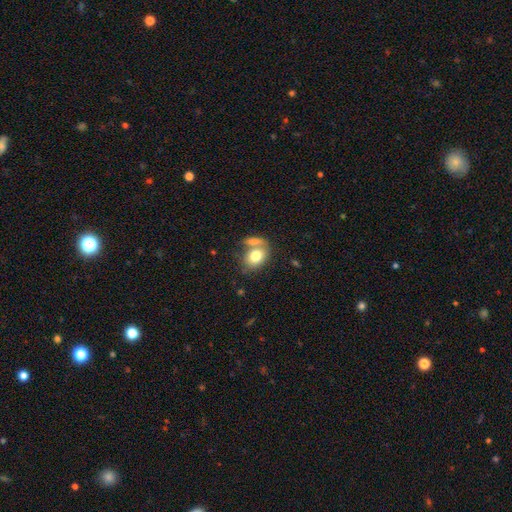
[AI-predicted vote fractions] Smooth or featured?
  - smooth: 76% *
  - featured or disk: 16%
  - star or artifact: 8%
How rounded?
  - in between: 65% *
  - round: 33%
  - cigar-shaped: 2%
Merging?
  - none: 45% *
  - merger: 37%
  - minor disturbance: 13%
  - major disturbance: 6%